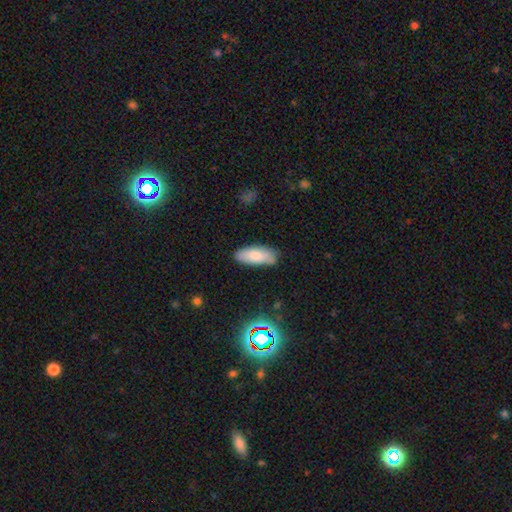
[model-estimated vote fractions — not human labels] Smooth or featured? smooth (81%)
How rounded? in between (80%)
Merging? none (77%)